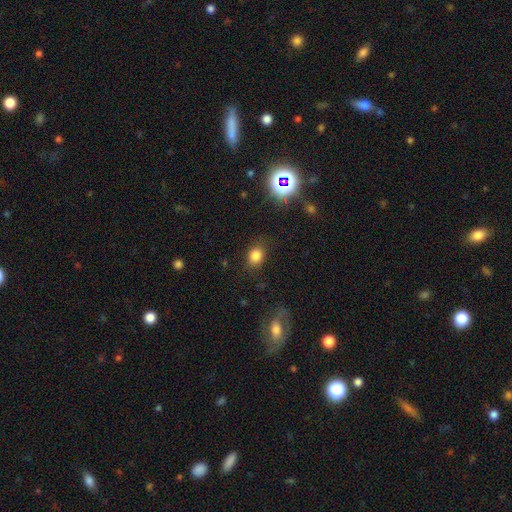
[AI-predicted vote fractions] smooth_or_featured: smooth (p=0.79) [alt: star or artifact p=0.14]
how_rounded: in between (p=0.50) [alt: round p=0.49]
merging: none (p=0.80) [alt: minor disturbance p=0.13]